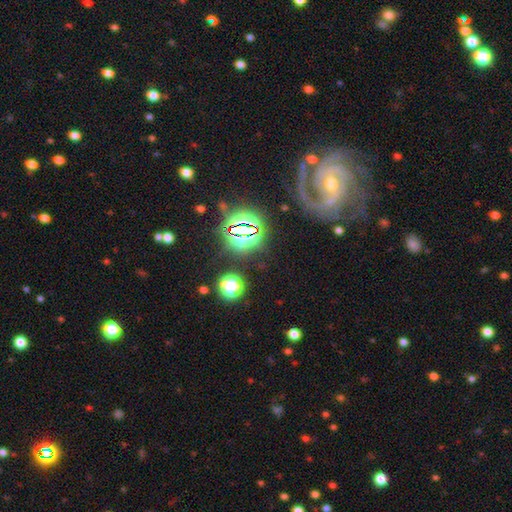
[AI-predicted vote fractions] smooth_or_featured: featured or disk (p=0.49) [alt: star or artifact p=0.35]
merging: none (p=0.75) [alt: minor disturbance p=0.12]